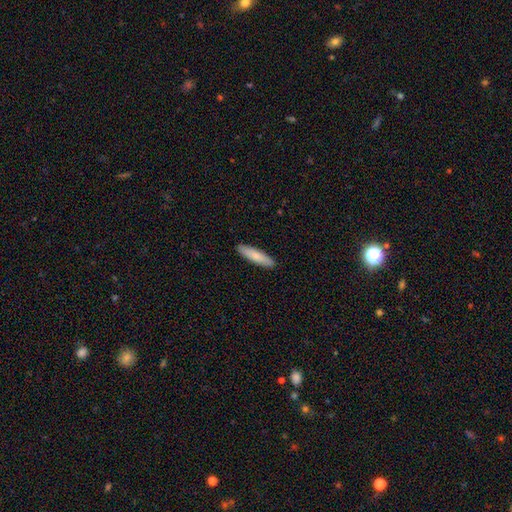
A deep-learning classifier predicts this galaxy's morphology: The model was most divided on "how rounded": cigar-shaped: 77%, in between: 22%, round: 1%. More confident: merging — none (91%); smooth or featured — smooth (79%).